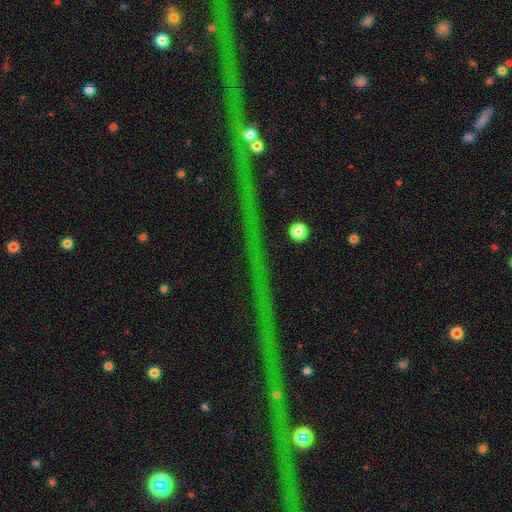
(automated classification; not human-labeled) A star or artifact, not a galaxy (59%).

Vote fractions:
- Smooth or featured? star or artifact: 59% / smooth: 21% / featured or disk: 20%